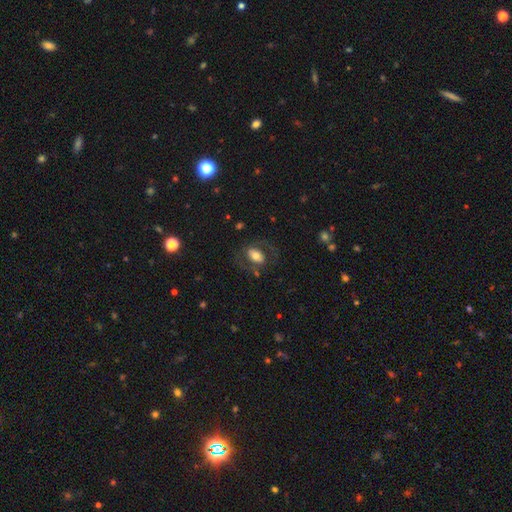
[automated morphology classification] Smooth or featured? Predicted: smooth (p=0.53). How rounded? Predicted: in between (p=0.82). Merging? Predicted: none (p=0.67).